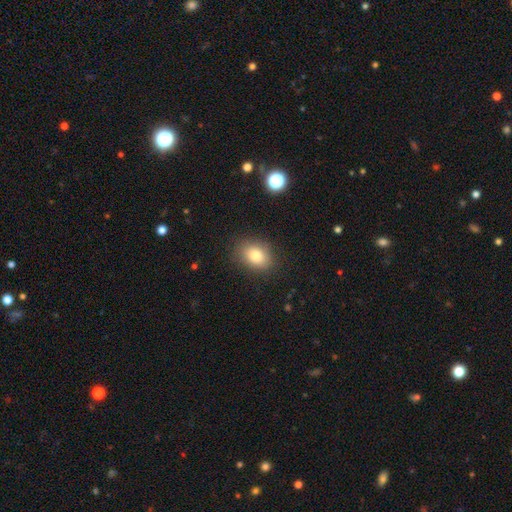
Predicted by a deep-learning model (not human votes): Q: Smooth or featured?
A: smooth (82%); runner-up: star or artifact (10%)
Q: How rounded?
A: in between (66%); runner-up: round (33%)
Q: Merging?
A: none (85%); runner-up: minor disturbance (10%)